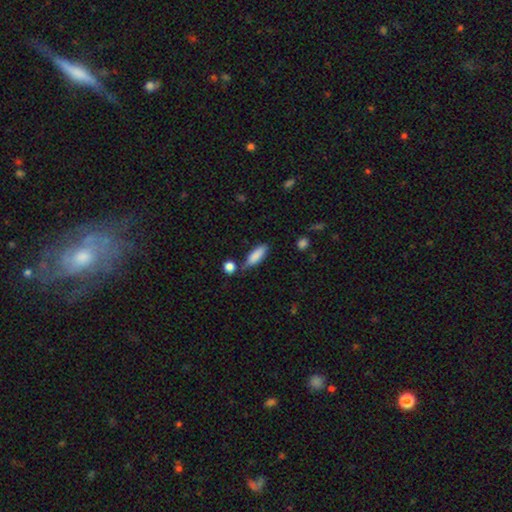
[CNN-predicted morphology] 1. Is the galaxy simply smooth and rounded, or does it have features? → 86% smooth, 8% featured or disk, 6% star or artifact.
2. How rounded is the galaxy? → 61% in between, 36% cigar-shaped, 3% round.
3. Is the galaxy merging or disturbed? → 67% none, 18% minor disturbance, 11% merger, 4% major disturbance.